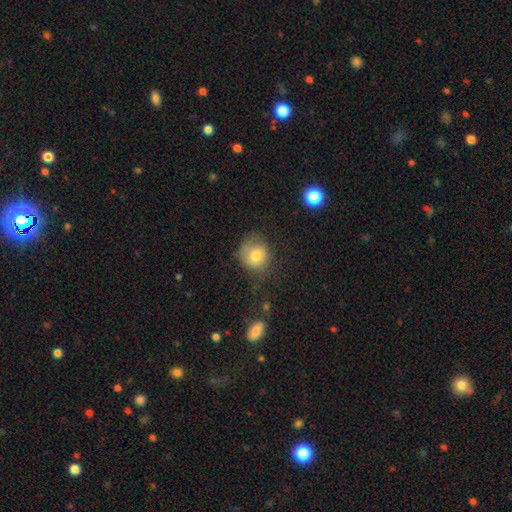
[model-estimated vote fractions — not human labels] A smooth galaxy with no disk features (75%) that is round (81%).

Vote fractions:
- Smooth or featured? smooth: 75% / featured or disk: 15% / star or artifact: 10%
- How rounded? round: 81% / in between: 18% / cigar-shaped: 1%
- Merging? none: 55% / minor disturbance: 28% / major disturbance: 14% / merger: 2%